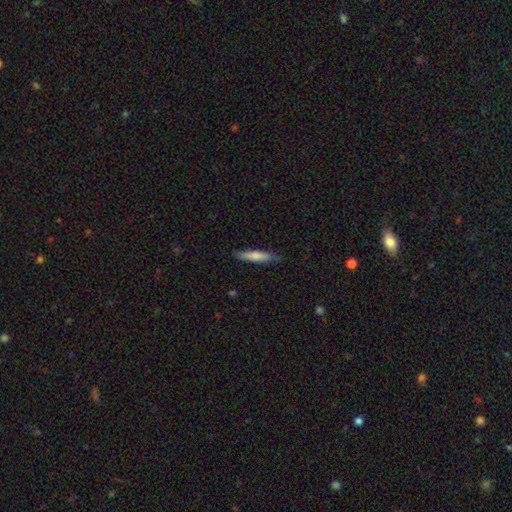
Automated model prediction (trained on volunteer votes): Q: Smooth or featured?
A: smooth (74%); runner-up: featured or disk (21%)
Q: How rounded?
A: cigar-shaped (87%); runner-up: in between (12%)
Q: Merging?
A: none (83%); runner-up: minor disturbance (14%)